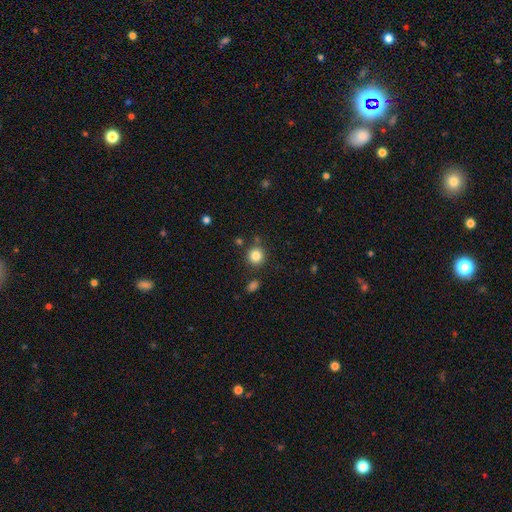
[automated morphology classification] smooth_or_featured: smooth (p=0.84) [alt: star or artifact p=0.11]
how_rounded: round (p=0.90) [alt: in between p=0.09]
merging: none (p=0.82) [alt: minor disturbance p=0.09]